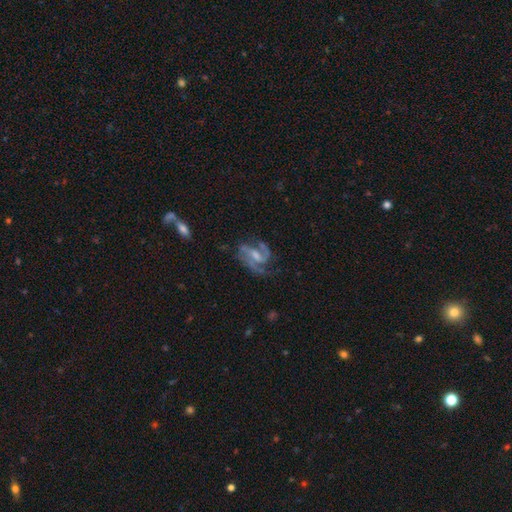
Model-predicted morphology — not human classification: This appears to be a featured or disk galaxy (86%) with a weak bar (52%), 2 (69%) medium (55%) spiral arms (95%) and a small central bulge (40%). Merging: none (53%).